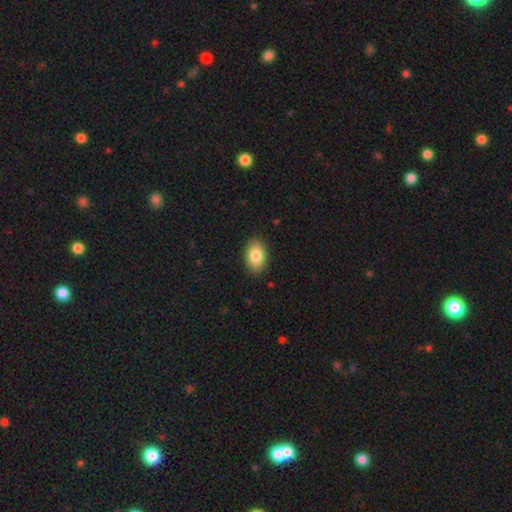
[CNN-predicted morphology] The model was most divided on "smooth or featured": smooth: 84%, featured or disk: 9%, star or artifact: 7%. More confident: how rounded — in between (90%); merging — none (88%).